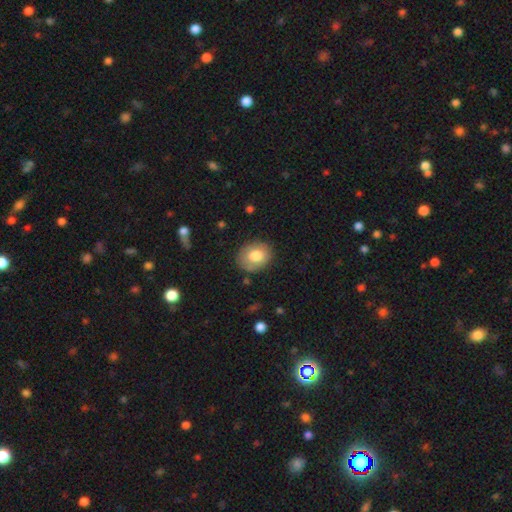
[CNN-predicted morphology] Overall: smooth (75%). How rounded: round (51%; in between 48%). Merging: none (80%).